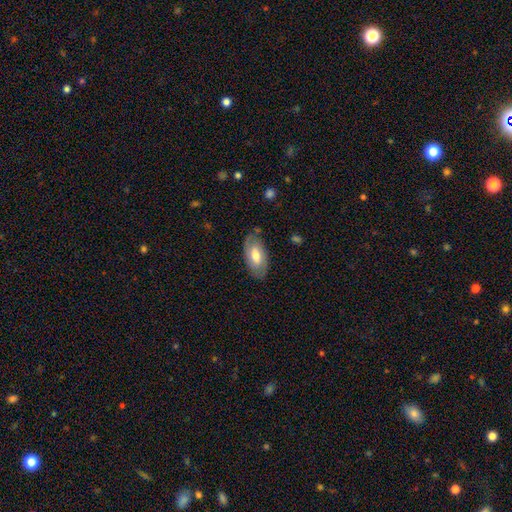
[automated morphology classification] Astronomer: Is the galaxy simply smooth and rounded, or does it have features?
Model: smooth — 57% (runner-up: featured or disk, 37%).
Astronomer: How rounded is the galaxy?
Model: in between — 93%.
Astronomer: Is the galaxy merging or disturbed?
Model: none — 79%.